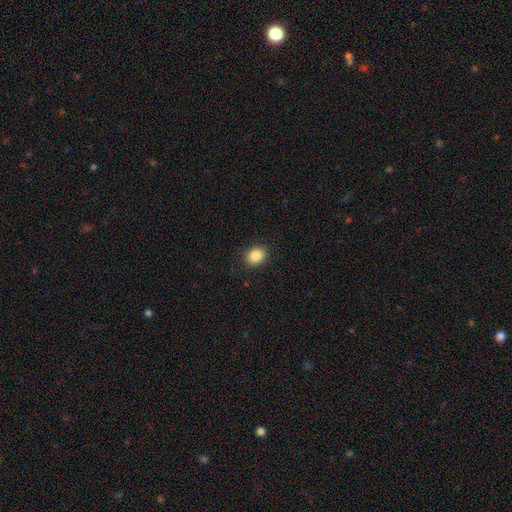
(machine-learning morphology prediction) This is clearly a smooth galaxy (87%). How rounded: possibly in between (51%). Merging: clearly none (88%).